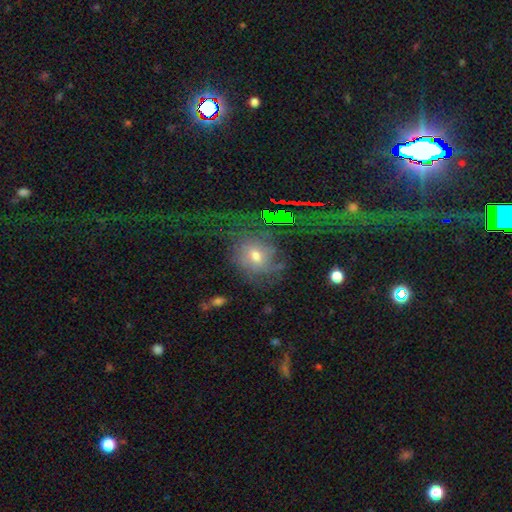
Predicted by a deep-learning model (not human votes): This appears to be a featured or disk galaxy (42%). Merging: none (42%).